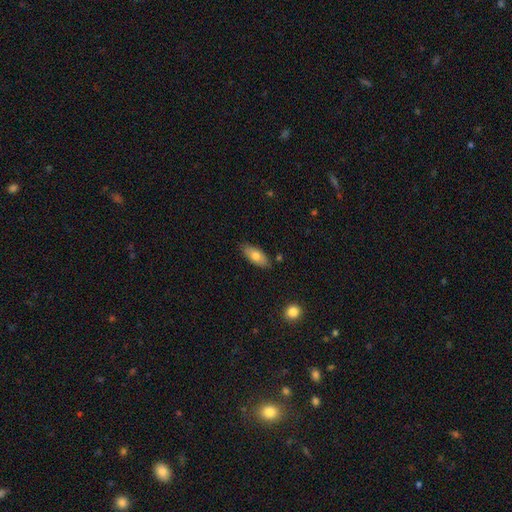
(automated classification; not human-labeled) Smooth or featured? Predicted: smooth (p=0.75). How rounded? Predicted: in between (p=0.86). Merging? Predicted: none (p=0.82).